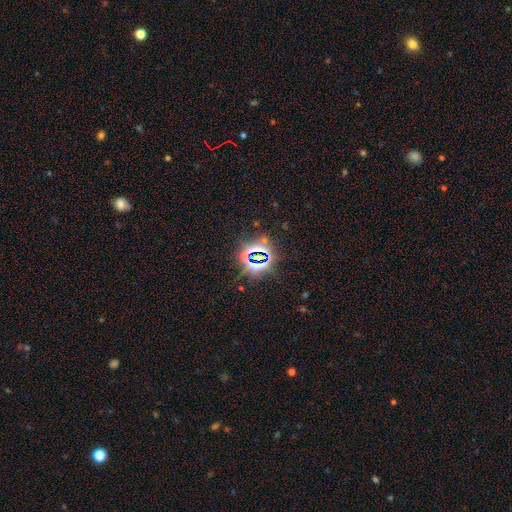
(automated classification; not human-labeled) Morphology: type=star or artifact (79%).